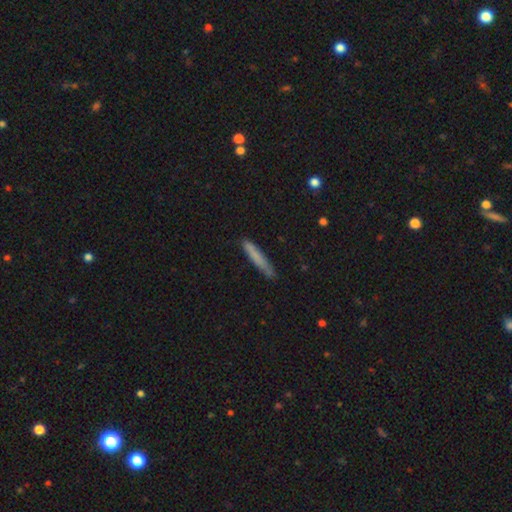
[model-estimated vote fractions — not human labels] Smooth or featured?
  - smooth: 75% *
  - featured or disk: 19%
  - star or artifact: 7%
How rounded?
  - cigar-shaped: 94% *
  - in between: 5%
  - round: 1%
Merging?
  - none: 80% *
  - minor disturbance: 15%
  - major disturbance: 2%
  - merger: 2%